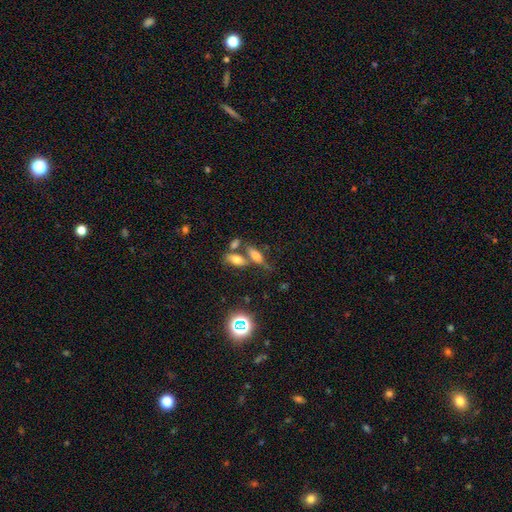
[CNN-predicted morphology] Smooth or featured: smooth — 62% (featured or disk — 24%)
How rounded: in between — 63% (cigar-shaped — 32%)
Merging: none — 46% (merger — 33%)